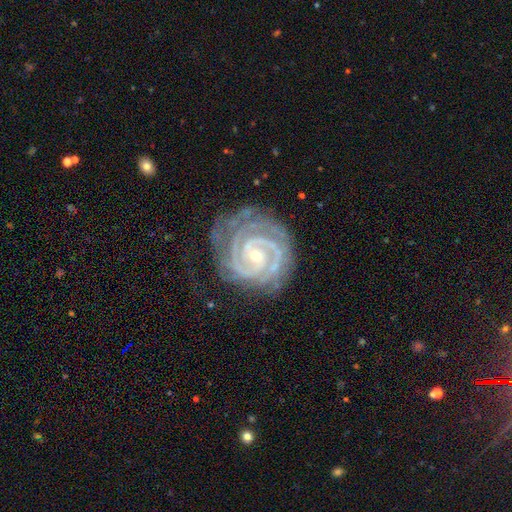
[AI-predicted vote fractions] Q: Smooth or featured?
A: featured or disk (93%); runner-up: star or artifact (5%)
Q: Edge-on disk?
A: no (98%); runner-up: yes (2%)
Q: Bar?
A: no (59%); runner-up: weak (28%)
Q: Spiral arms?
A: yes (99%); runner-up: no (1%)
Q: Spiral winding?
A: tight (81%); runner-up: medium (17%)
Q: Spiral arm count?
A: 2 (52%); runner-up: 3 (22%)
Q: Bulge size?
A: small (64%); runner-up: moderate (33%)
Q: Merging?
A: none (69%); runner-up: minor disturbance (20%)